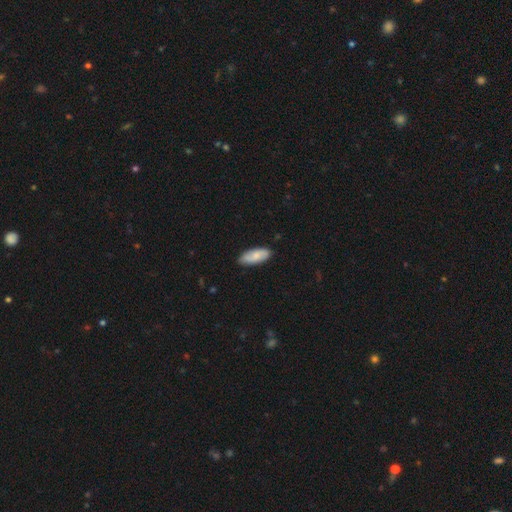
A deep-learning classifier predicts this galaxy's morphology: This appears to be a smooth galaxy with no disk features (73%) that is in between round and cigar-shaped (80%). Merging: none (86%).